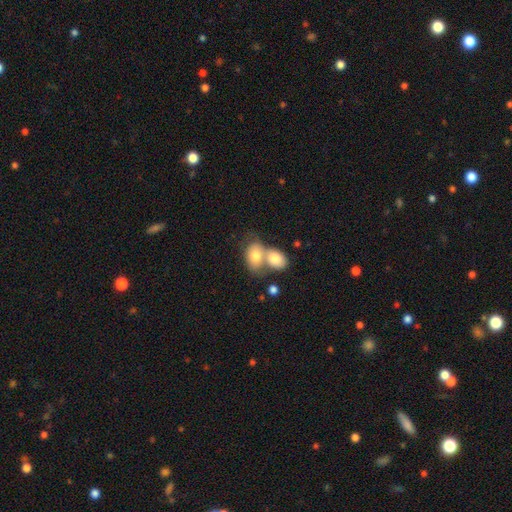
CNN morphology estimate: smooth-or-featured: smooth: 77% | featured or disk: 16% | star or artifact: 7%
  how-rounded: in between: 78% | round: 21% | cigar-shaped: 1%
  merging: merger: 69% | none: 20% | minor disturbance: 7% | major disturbance: 4%